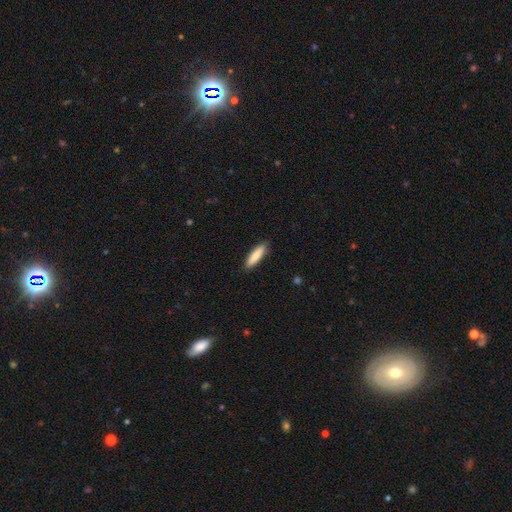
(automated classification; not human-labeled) Smooth or featured? smooth (85%)
How rounded? cigar-shaped (66%)
Merging? none (89%)